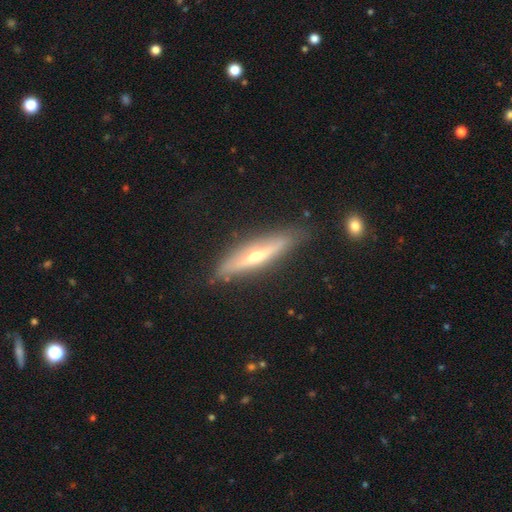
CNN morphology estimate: type=featured or disk (69%); edge-on=yes (92%); edge-on bulge=rounded (84%); merging=none (83%).